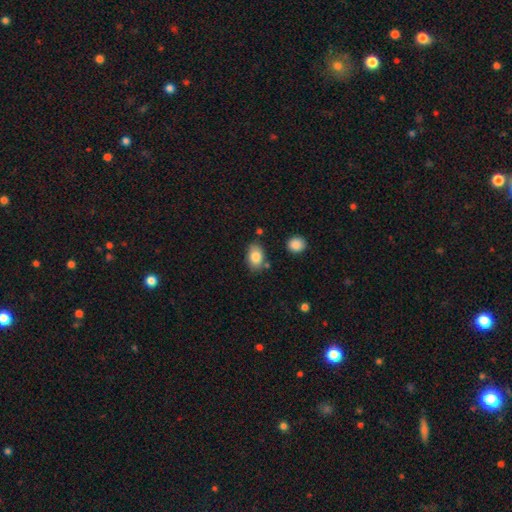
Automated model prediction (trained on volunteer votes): smooth 84%, featured or disk 8%, star or artifact 8%. Down the decision tree: how rounded — in between (85%); merging — none (77%).